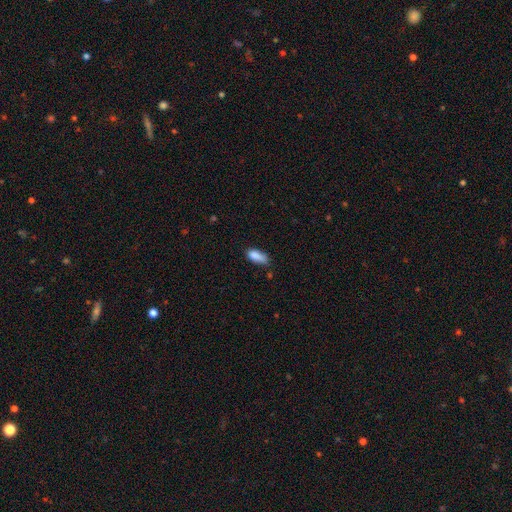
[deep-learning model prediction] Overall: smooth (86%). How rounded: in between (77%). Merging: none (55%; minor disturbance 33%).